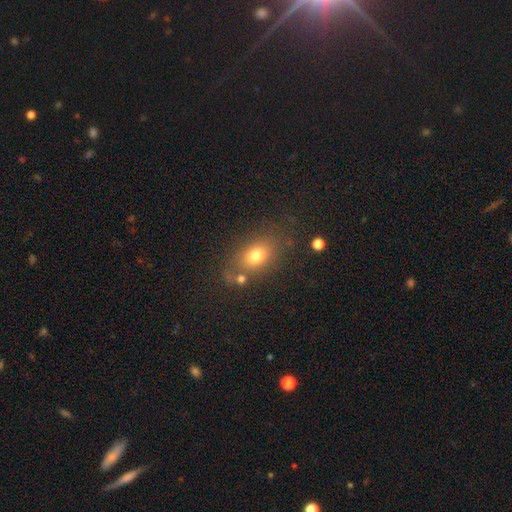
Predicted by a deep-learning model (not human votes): Overall: smooth (74%). How rounded: in between (74%). Merging: none (68%).